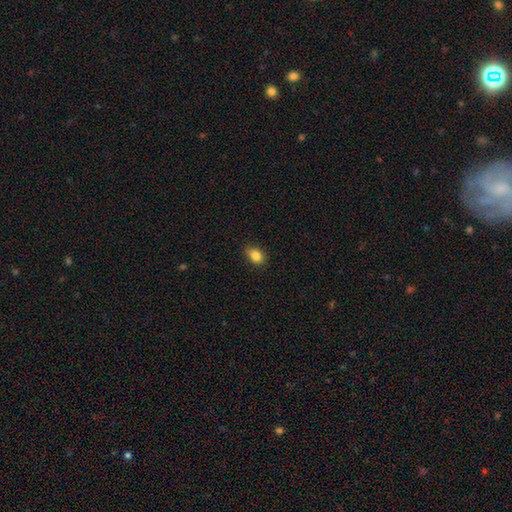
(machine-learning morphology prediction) smooth 84%, star or artifact 10%, featured or disk 6%. Down the decision tree: how rounded — in between (67%); merging — none (84%).